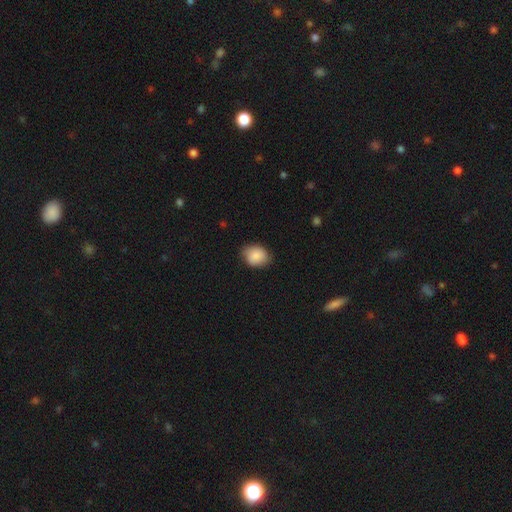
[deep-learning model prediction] Q: Smooth or featured?
A: smooth (87%); runner-up: star or artifact (7%)
Q: How rounded?
A: in between (55%); runner-up: round (44%)
Q: Merging?
A: none (78%); runner-up: minor disturbance (18%)